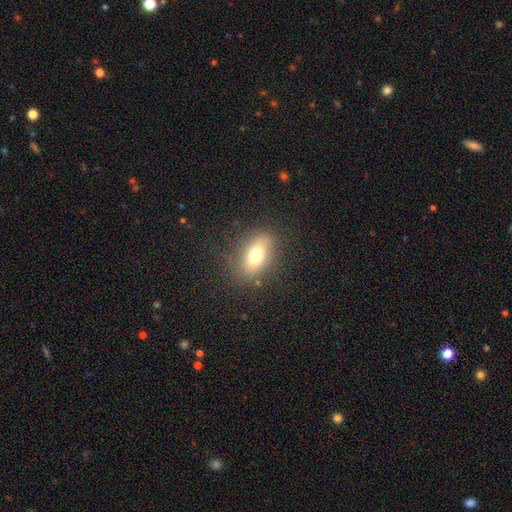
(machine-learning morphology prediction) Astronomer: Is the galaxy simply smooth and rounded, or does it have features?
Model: smooth — 71%.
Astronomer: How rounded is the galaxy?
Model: in between — 79%.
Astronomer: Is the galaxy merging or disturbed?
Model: none — 81%.